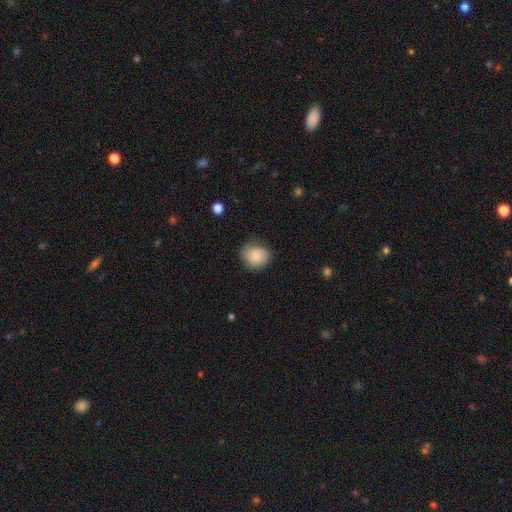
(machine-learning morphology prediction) type=smooth (80%); roundness=round (74%); merging=none (68%).